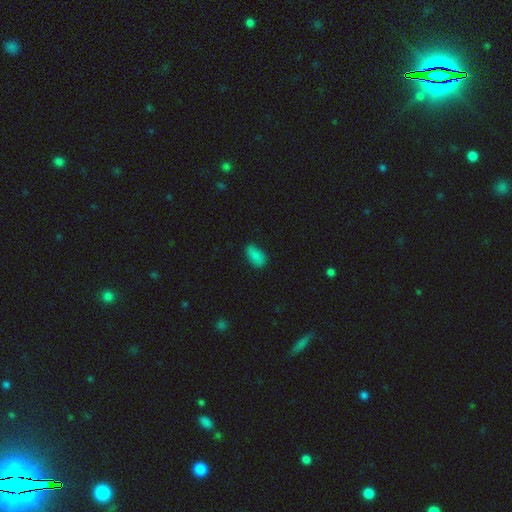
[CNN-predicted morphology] Smooth or featured?
  - smooth: 84% *
  - star or artifact: 10%
  - featured or disk: 6%
How rounded?
  - in between: 92% *
  - round: 5%
  - cigar-shaped: 3%
Merging?
  - none: 74% *
  - minor disturbance: 21%
  - major disturbance: 4%
  - merger: 2%